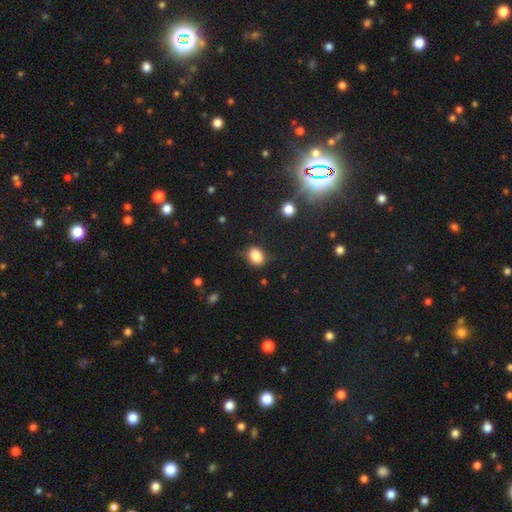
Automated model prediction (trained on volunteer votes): smooth-or-featured: smooth: 83% | star or artifact: 10% | featured or disk: 7%
  how-rounded: in between: 62% | round: 37% | cigar-shaped: 1%
  merging: none: 71% | minor disturbance: 21% | major disturbance: 6% | merger: 2%